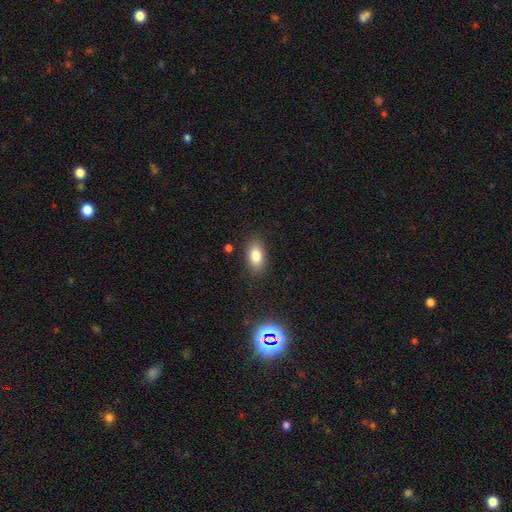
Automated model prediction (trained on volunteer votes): Smooth or featured? smooth (82%)
How rounded? in between (90%)
Merging? none (86%)